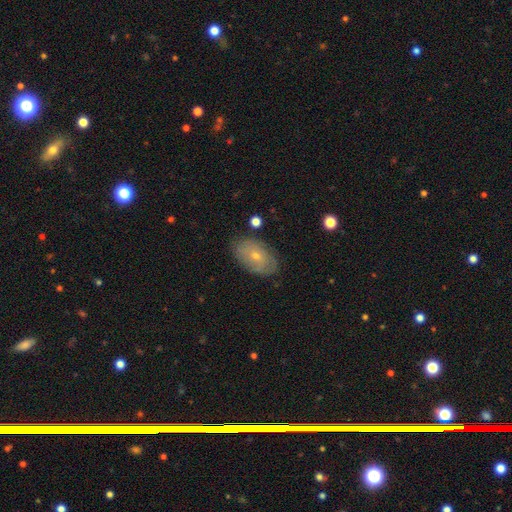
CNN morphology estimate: type=smooth (52%); roundness=in between (89%); merging=none (81%).